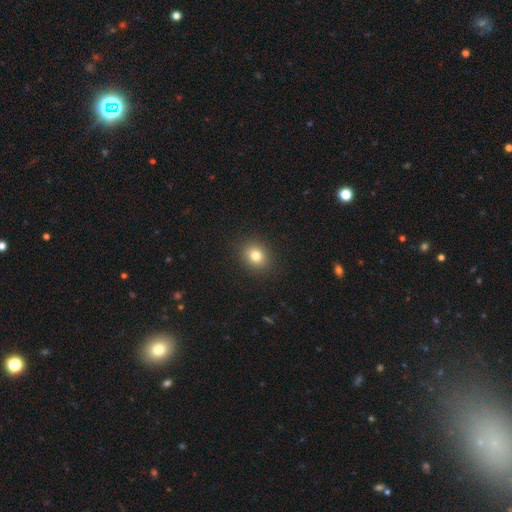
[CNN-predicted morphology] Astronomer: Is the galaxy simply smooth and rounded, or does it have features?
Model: smooth — 81%.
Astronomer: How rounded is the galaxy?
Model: round — 70%.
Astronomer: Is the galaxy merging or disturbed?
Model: none — 90%.